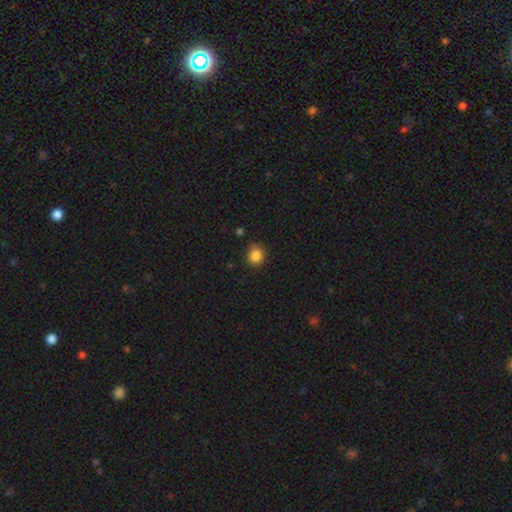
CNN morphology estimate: A smooth galaxy with no disk features (85%) that is round (84%).

Vote fractions:
- Smooth or featured? smooth: 85% / star or artifact: 11% / featured or disk: 4%
- How rounded? round: 84% / in between: 15% / cigar-shaped: 1%
- Merging? none: 83% / minor disturbance: 12% / major disturbance: 3% / merger: 2%